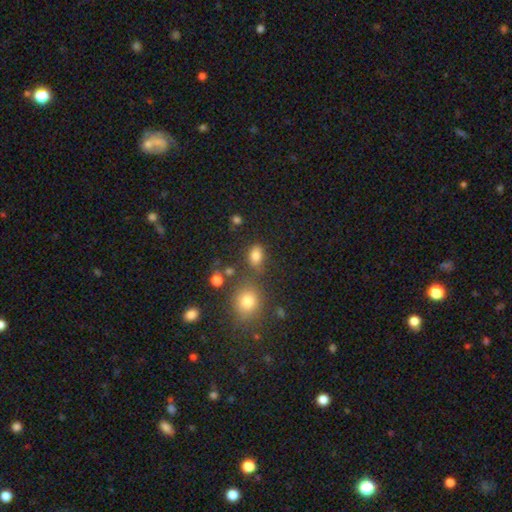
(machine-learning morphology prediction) This appears to be a smooth galaxy with no disk features (80%) that is in between round and cigar-shaped (73%). Merging: none (70%).